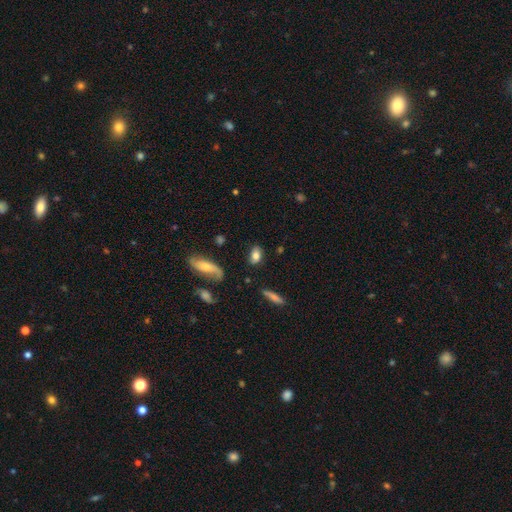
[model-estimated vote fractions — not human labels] smooth_or_featured: smooth (p=0.77) [alt: featured or disk p=0.15]
how_rounded: in between (p=0.87) [alt: round p=0.08]
merging: none (p=0.78) [alt: minor disturbance p=0.15]